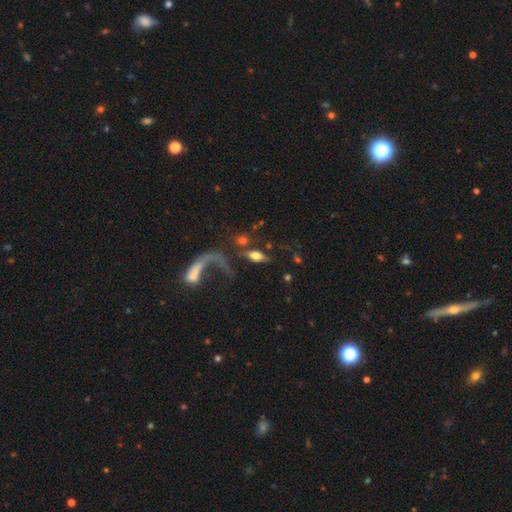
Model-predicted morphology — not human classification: Smooth or featured: smooth — 50% (featured or disk — 41%)
Merging: none — 46% (merger — 22%)